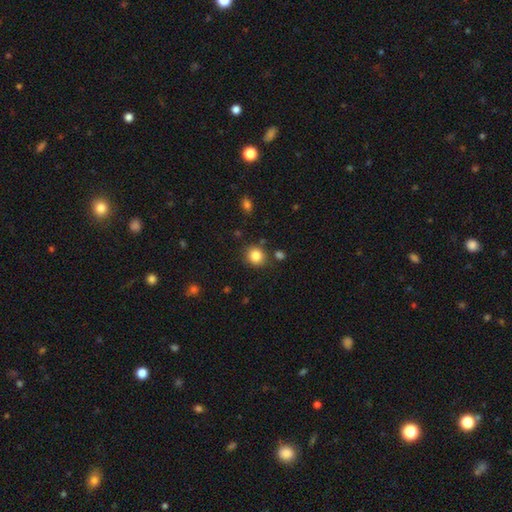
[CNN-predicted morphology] Smooth or featured? Predicted: smooth (p=0.84). How rounded? Predicted: round (p=0.83). Merging? Predicted: none (p=0.83).